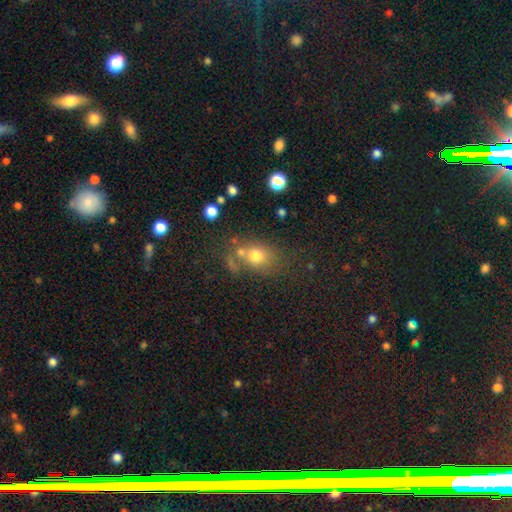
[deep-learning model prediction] This appears to be a smooth galaxy with no disk features (72%) that is round (56%). Merging: none (48%).